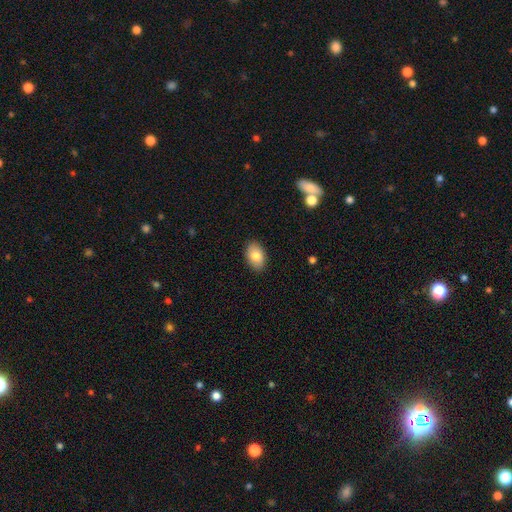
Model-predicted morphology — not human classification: smooth_or_featured: smooth (p=0.82) [alt: featured or disk p=0.11]
how_rounded: in between (p=0.89) [alt: round p=0.09]
merging: none (p=0.88) [alt: minor disturbance p=0.09]